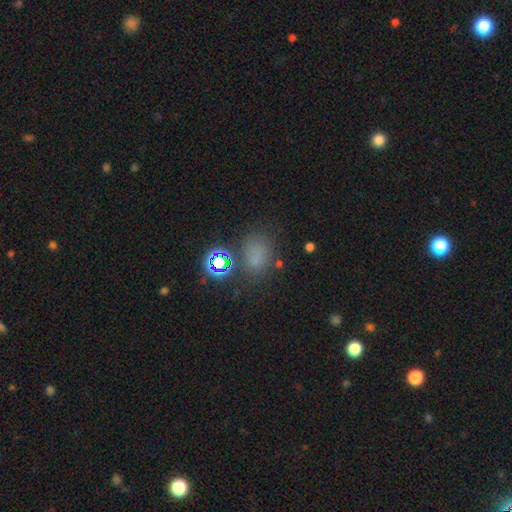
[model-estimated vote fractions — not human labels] smooth_or_featured: smooth (p=0.59) [alt: star or artifact p=0.33]
how_rounded: in between (p=0.52) [alt: round p=0.47]
merging: none (p=0.66) [alt: minor disturbance p=0.17]